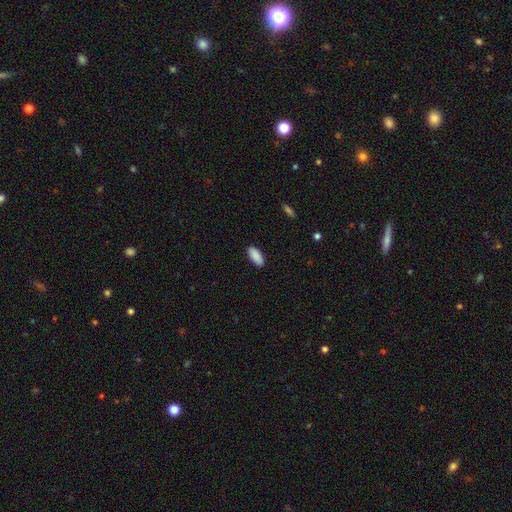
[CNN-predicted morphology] The model was most divided on "how rounded": in between: 88%, cigar-shaped: 11%, round: 2%. More confident: smooth or featured — smooth (90%); merging — none (89%).